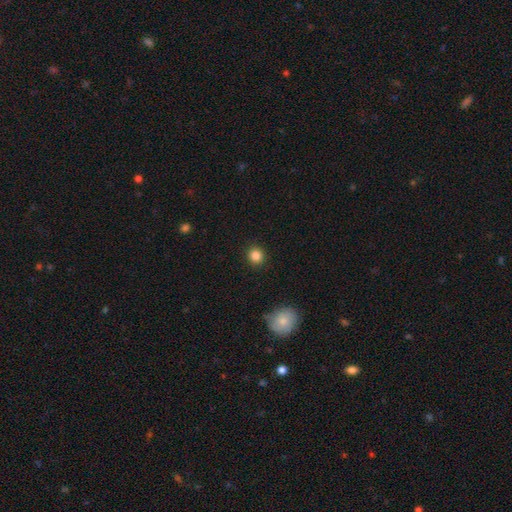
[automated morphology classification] smooth-or-featured: smooth: 85% | star or artifact: 11% | featured or disk: 4%
  how-rounded: round: 89% | in between: 10% | cigar-shaped: 1%
  merging: none: 91% | minor disturbance: 6% | major disturbance: 2% | merger: 1%